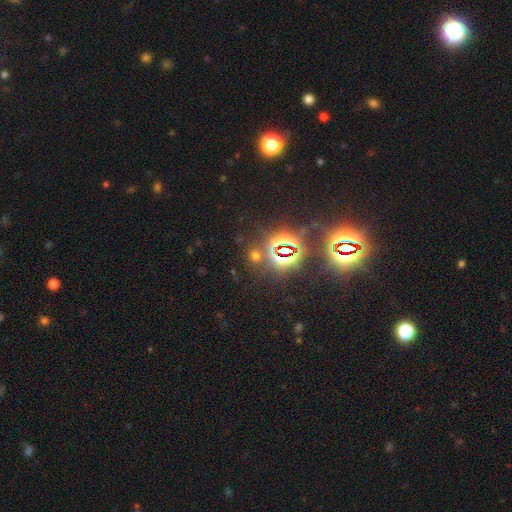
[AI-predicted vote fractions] Smooth or featured? star or artifact (61%)